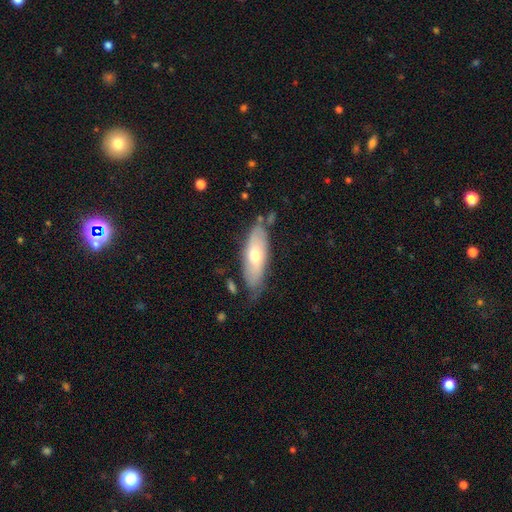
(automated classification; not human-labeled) Smooth or featured?
  - smooth: 53% *
  - featured or disk: 41%
  - star or artifact: 7%
How rounded?
  - in between: 62% *
  - cigar-shaped: 35%
  - round: 2%
Merging?
  - none: 69% *
  - minor disturbance: 23%
  - major disturbance: 5%
  - merger: 4%